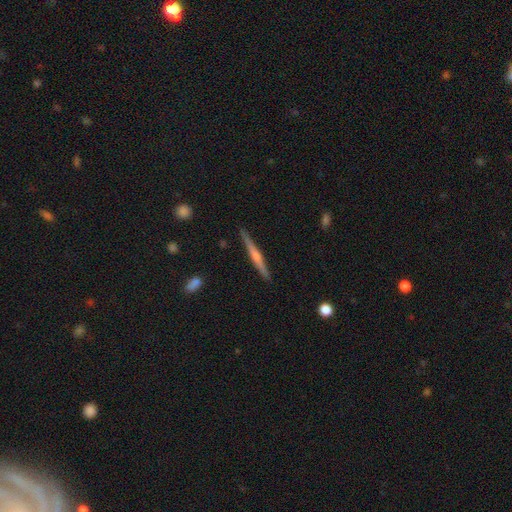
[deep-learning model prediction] A featured or disk galaxy (70%) viewed edge-on (98%) with a rounded central bulge (73%).

Vote fractions:
- Smooth or featured? featured or disk: 70% / smooth: 22% / star or artifact: 8%
- Edge-on disk? yes: 98% / no: 2%
- Edge-on bulge? rounded: 73% / none: 18% / boxy: 8%
- Merging? none: 90% / minor disturbance: 7% / major disturbance: 1% / merger: 1%